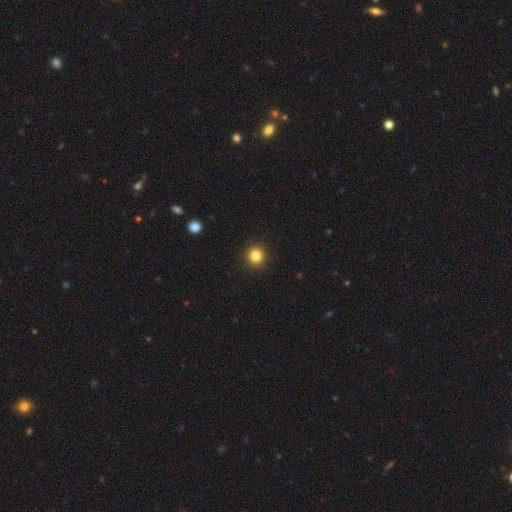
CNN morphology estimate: Smooth or featured? smooth (84%)
How rounded? round (95%)
Merging? none (93%)